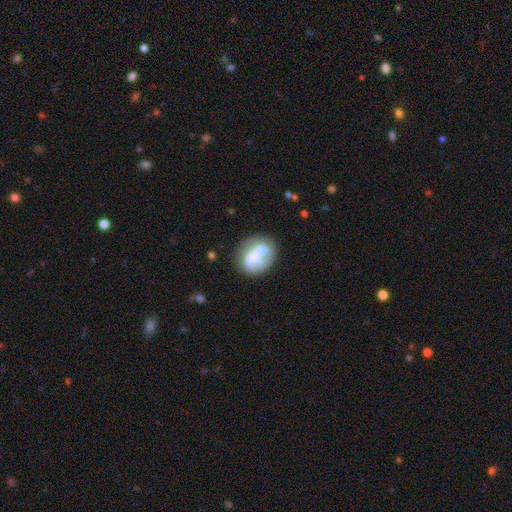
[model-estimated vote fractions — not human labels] This appears to be a featured or disk galaxy (46%, tied with smooth). Merging: none (43%).